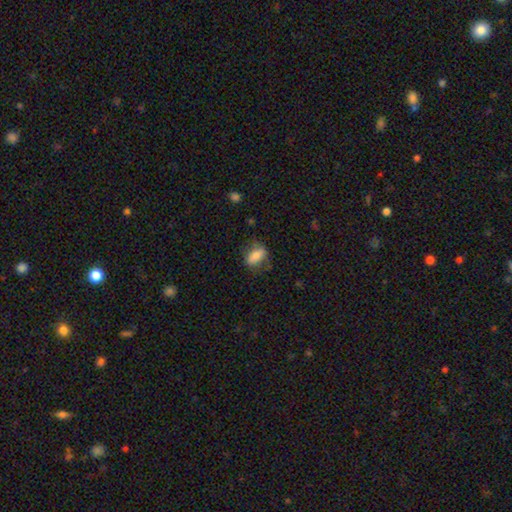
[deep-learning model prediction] Smooth or featured? Predicted: smooth (p=0.72). How rounded? Predicted: in between (p=0.81). Merging? Predicted: none (p=0.66).